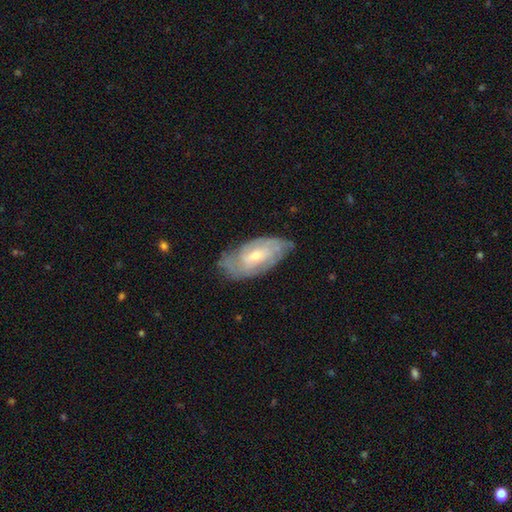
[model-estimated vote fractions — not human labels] This is likely a featured or disk galaxy (71%). It is clearly not viewed edge-on (91%). Bar: possibly no (51%). Spiral arm pattern: clearly yes (84%). Spiral arm count: possibly can't tell (48%). Spiral winding: possibly tight (59%). Central bulge: possibly moderate (48%, tied with small). Merging: likely none (67%).